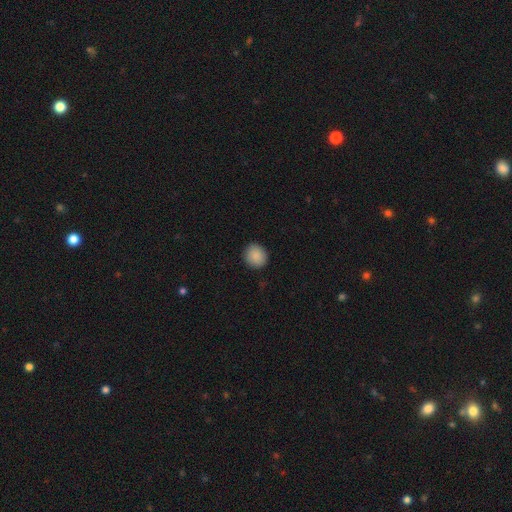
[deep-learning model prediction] A smooth galaxy with no disk features (89%) that is round (87%). Merging: none (91%).